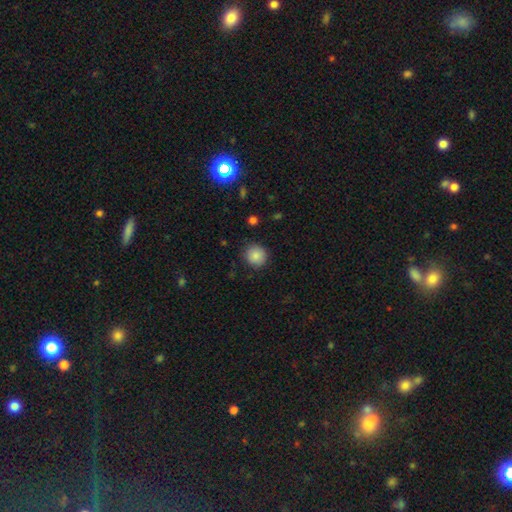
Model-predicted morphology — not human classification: type=smooth (86%); roundness=round (93%); merging=none (88%).